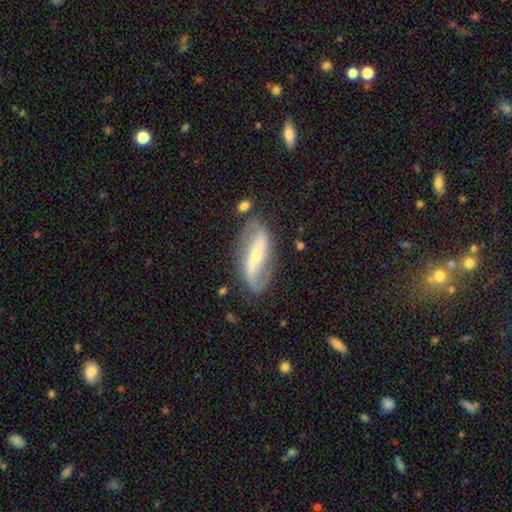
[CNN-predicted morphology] Smooth or featured? Predicted: featured or disk (p=0.83). Edge-on disk? Predicted: no (p=0.92). Bar? Predicted: strong (p=0.48). Spiral arms? Predicted: yes (p=0.92). Spiral winding? Predicted: loose (p=0.71). Spiral arm count? Predicted: 2 (p=0.90). Bulge size? Predicted: small (p=0.59). Merging? Predicted: none (p=0.74).